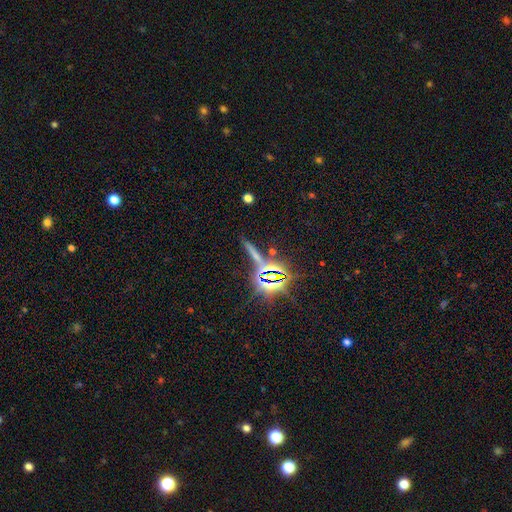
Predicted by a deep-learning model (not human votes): A star or artifact, not a galaxy (60%).